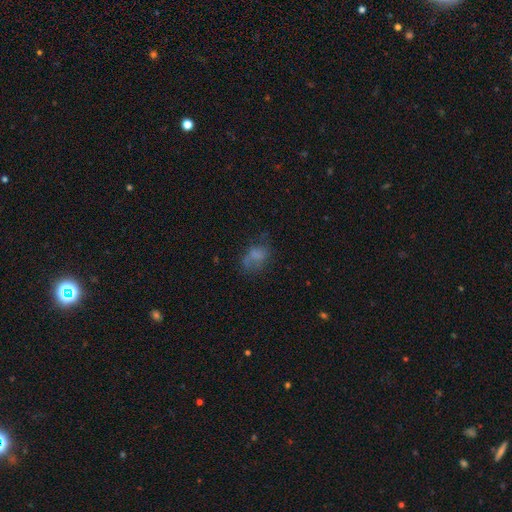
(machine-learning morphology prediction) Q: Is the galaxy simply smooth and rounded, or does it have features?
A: smooth — 59%.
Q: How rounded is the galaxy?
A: in between — 75%.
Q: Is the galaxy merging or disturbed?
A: none — 43%.